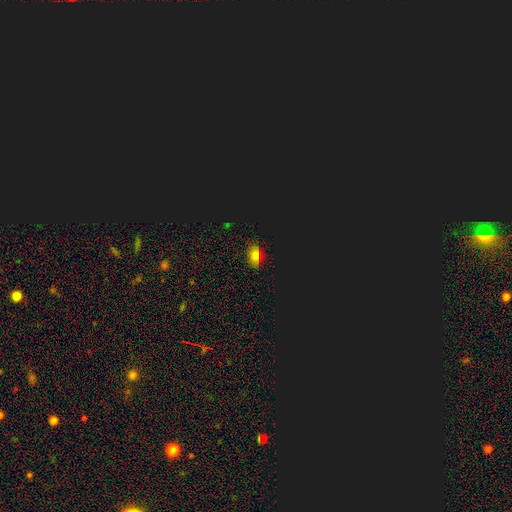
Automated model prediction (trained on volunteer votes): This appears to be a smooth galaxy with no disk features (50%). Merging: none (84%).